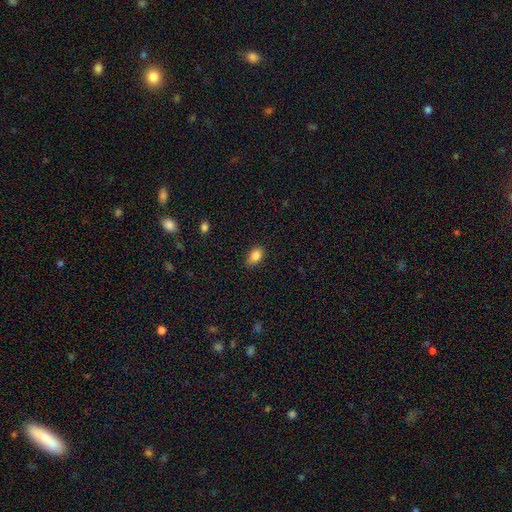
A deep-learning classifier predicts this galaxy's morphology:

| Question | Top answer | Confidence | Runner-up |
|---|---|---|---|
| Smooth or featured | smooth | 85% | star or artifact (9%) |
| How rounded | in between | 79% | round (18%) |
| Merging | none | 69% | minor disturbance (25%) |